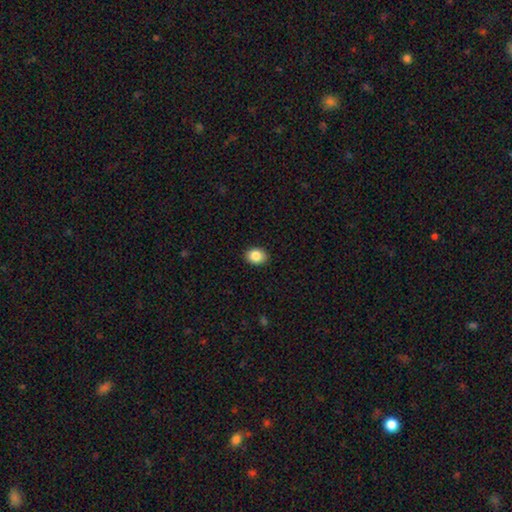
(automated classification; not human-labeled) Overall: smooth (86%). How rounded: in between (58%; round 42%). Merging: none (90%).